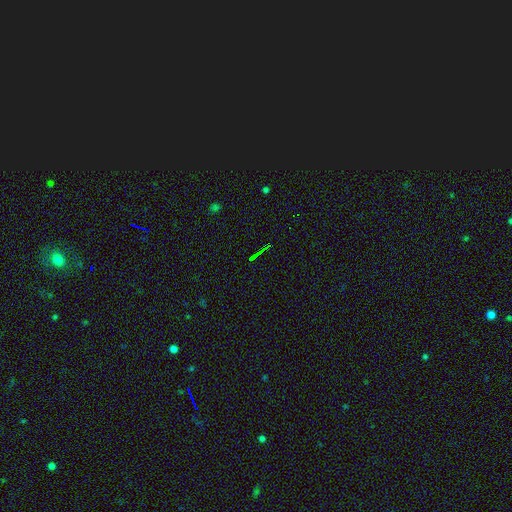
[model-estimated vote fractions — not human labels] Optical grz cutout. It shows a star or artifact, not a galaxy (73%).